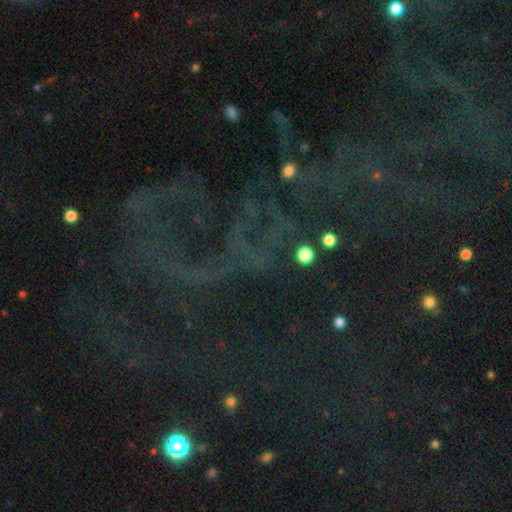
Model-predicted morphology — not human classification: star or artifact 68%, featured or disk 19%, smooth 13%.